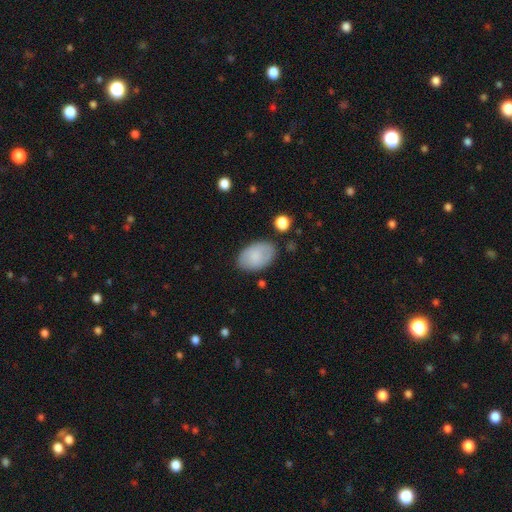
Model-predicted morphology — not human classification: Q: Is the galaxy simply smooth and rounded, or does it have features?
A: smooth — 77%.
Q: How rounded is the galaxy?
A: in between — 92%.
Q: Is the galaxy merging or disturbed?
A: none — 79%.